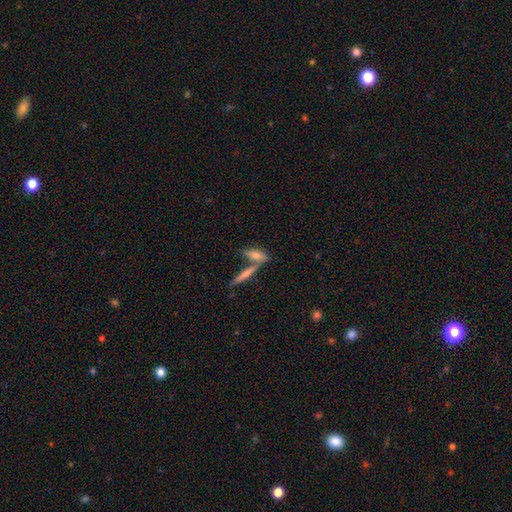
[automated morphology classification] Smooth or featured? smooth (68%)
How rounded? cigar-shaped (53%)
Merging? none (50%)